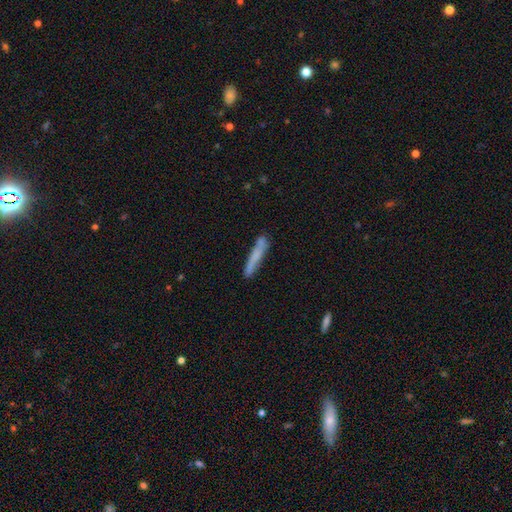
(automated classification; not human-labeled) This is likely a smooth galaxy (65%). How rounded: clearly cigar-shaped (94%). Merging: likely none (75%).